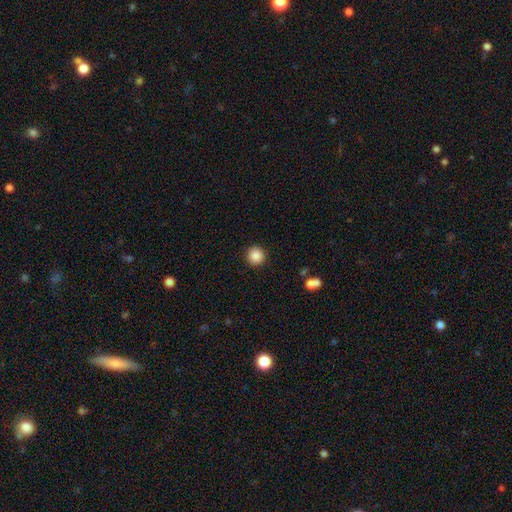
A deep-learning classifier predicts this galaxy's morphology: smooth-or-featured: smooth: 88% | star or artifact: 9% | featured or disk: 3%
  how-rounded: round: 95% | in between: 4% | cigar-shaped: 1%
  merging: none: 92% | minor disturbance: 5% | major disturbance: 2% | merger: 1%